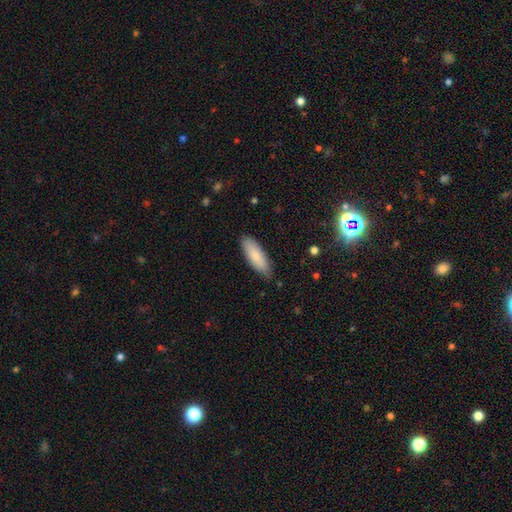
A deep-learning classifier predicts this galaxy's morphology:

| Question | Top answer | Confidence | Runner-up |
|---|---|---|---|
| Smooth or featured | smooth | 84% | featured or disk (11%) |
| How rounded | in between | 61% | cigar-shaped (38%) |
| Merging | none | 83% | minor disturbance (13%) |